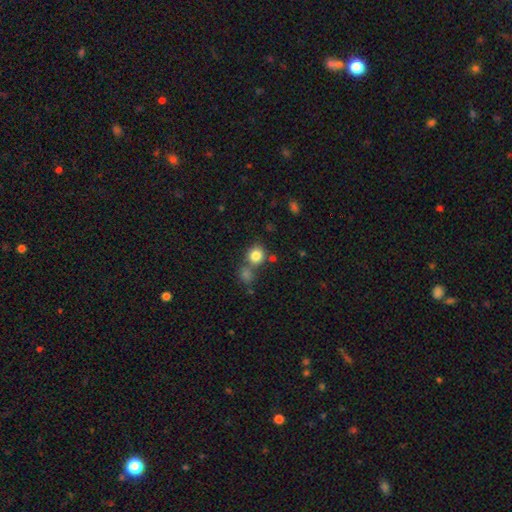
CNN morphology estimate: smooth-or-featured: smooth: 83% | star or artifact: 11% | featured or disk: 6%
  how-rounded: round: 84% | in between: 15% | cigar-shaped: 1%
  merging: none: 62% | merger: 24% | minor disturbance: 9% | major disturbance: 4%